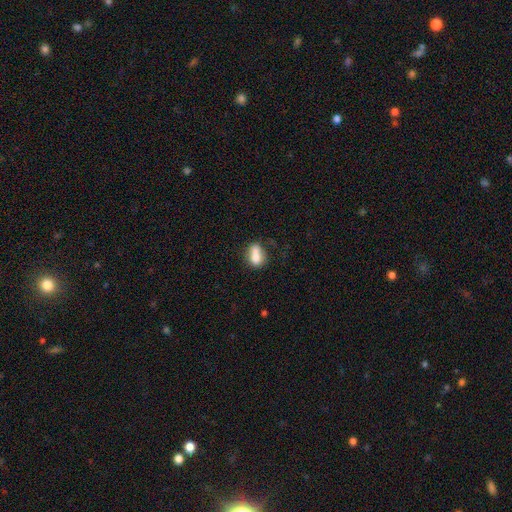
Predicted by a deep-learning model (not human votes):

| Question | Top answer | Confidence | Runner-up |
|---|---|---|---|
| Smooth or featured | smooth | 72% | featured or disk (19%) |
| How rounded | in between | 65% | round (32%) |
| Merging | merger | 45% | none (33%) |